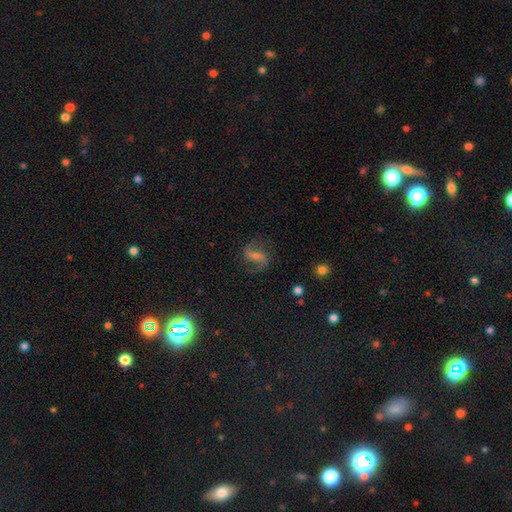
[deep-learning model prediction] Smooth or featured? Predicted: featured or disk (p=0.80). Edge-on disk? Predicted: no (p=0.97). Bar? Predicted: weak (p=0.43). Spiral arms? Predicted: yes (p=0.95). Spiral winding? Predicted: loose (p=0.57). Spiral arm count? Predicted: 2 (p=0.92). Bulge size? Predicted: small (p=0.49). Merging? Predicted: none (p=0.77).